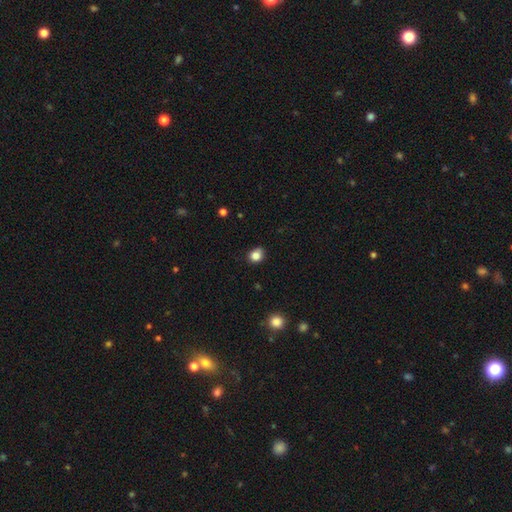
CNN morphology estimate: A smooth galaxy with no disk features (83%) that is round (69%).

Vote fractions:
- Smooth or featured? smooth: 83% / star or artifact: 12% / featured or disk: 5%
- How rounded? round: 69% / in between: 30% / cigar-shaped: 1%
- Merging? none: 75% / minor disturbance: 20% / major disturbance: 3% / merger: 2%